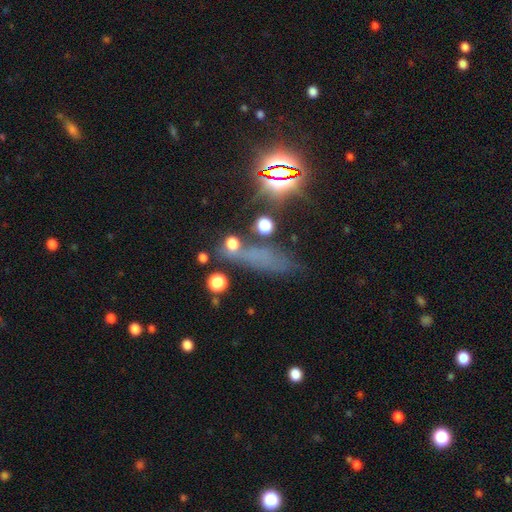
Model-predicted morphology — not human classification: The model was most divided on "smooth or featured": star or artifact: 51%, smooth: 36%, featured or disk: 13%.